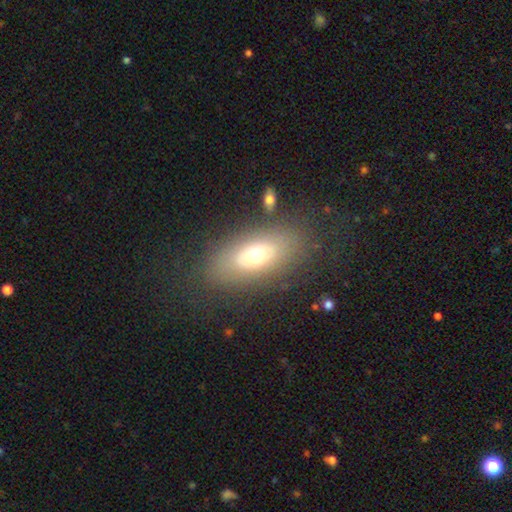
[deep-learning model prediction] Morphology: type=smooth (59%); roundness=in between (81%); merging=none (77%).